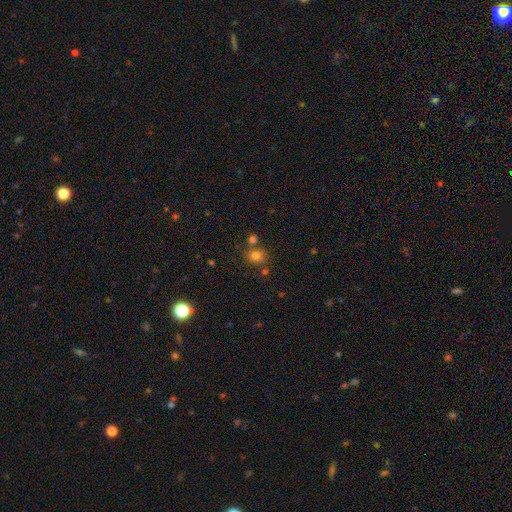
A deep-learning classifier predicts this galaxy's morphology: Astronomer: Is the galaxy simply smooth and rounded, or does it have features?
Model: smooth — 75%.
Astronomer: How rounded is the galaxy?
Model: round — 70%.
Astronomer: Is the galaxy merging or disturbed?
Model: none — 65%.